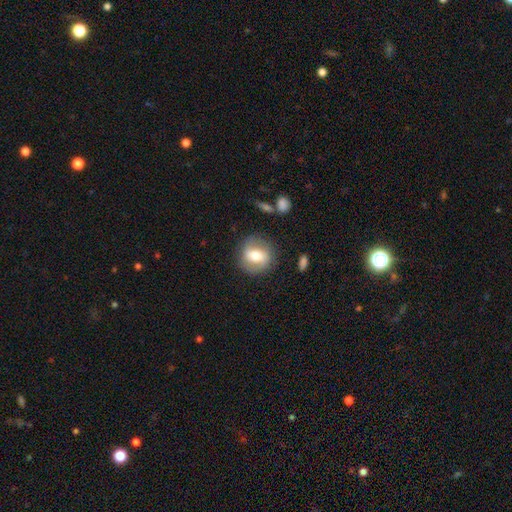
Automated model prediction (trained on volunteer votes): A smooth galaxy with no disk features (54%) that is round (77%). Merging: none (80%).